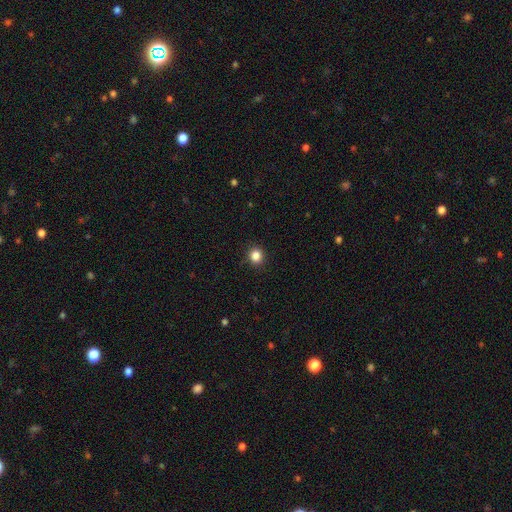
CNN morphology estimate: smooth 85%, star or artifact 12%, featured or disk 4%. Down the decision tree: how rounded — round (86%); merging — none (91%).